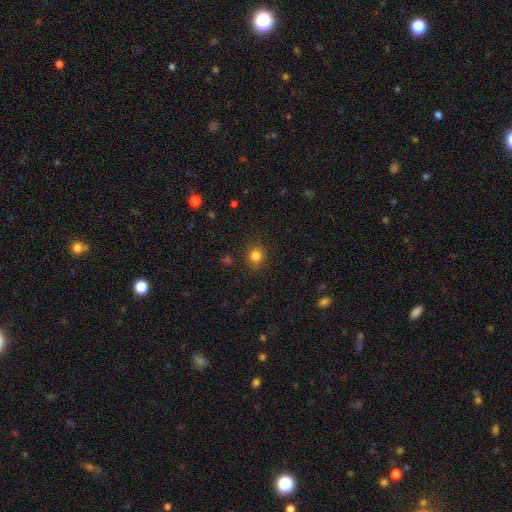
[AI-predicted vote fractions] A smooth galaxy with no disk features (82%) that is round (80%).

Vote fractions:
- Smooth or featured? smooth: 82% / star or artifact: 13% / featured or disk: 5%
- How rounded? round: 80% / in between: 19% / cigar-shaped: 1%
- Merging? none: 87% / minor disturbance: 9% / major disturbance: 3% / merger: 1%